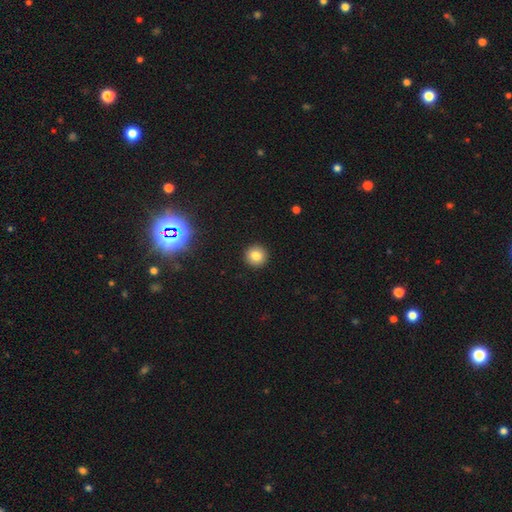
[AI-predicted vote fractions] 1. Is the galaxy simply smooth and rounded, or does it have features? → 81% smooth, 12% star or artifact, 7% featured or disk.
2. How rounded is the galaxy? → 94% round, 5% in between, 1% cigar-shaped.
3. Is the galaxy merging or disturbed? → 93% none, 4% minor disturbance, 2% major disturbance, 1% merger.